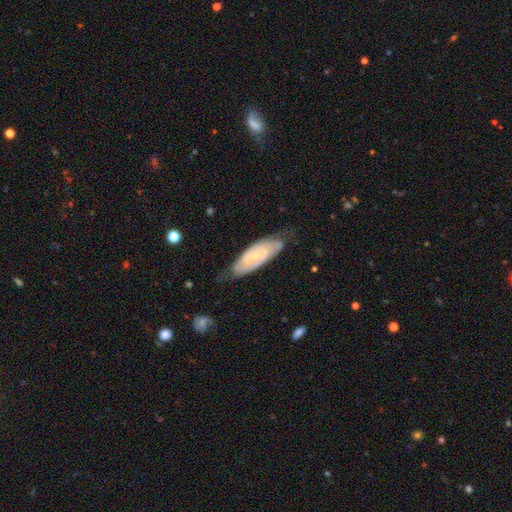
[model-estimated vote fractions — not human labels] Morphology: type=featured or disk (69%); edge-on=no (87%); bar=no (68%); spiral arms=yes (85%); winding=tight (59%); arm count=2 (49%); bulge=small (74%); merging=none (61%).